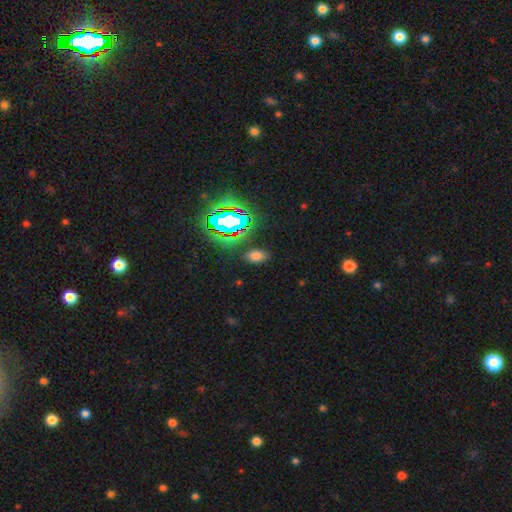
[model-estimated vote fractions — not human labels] Smooth or featured? Predicted: smooth (p=0.62). How rounded? Predicted: in between (p=0.87). Merging? Predicted: none (p=0.84).